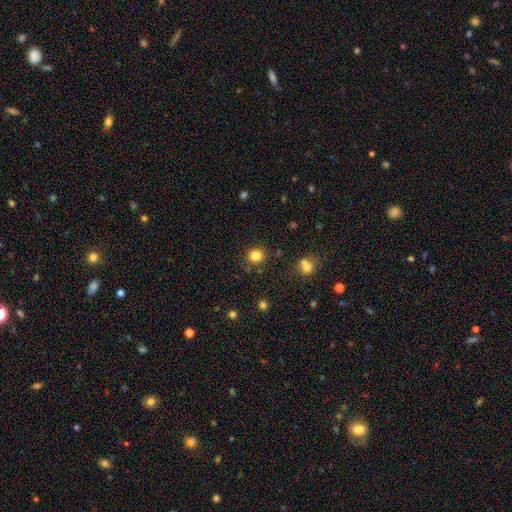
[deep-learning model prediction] smooth-or-featured: smooth: 82% | star or artifact: 13% | featured or disk: 5%
  how-rounded: round: 87% | in between: 12% | cigar-shaped: 1%
  merging: none: 87% | minor disturbance: 8% | merger: 3% | major disturbance: 3%